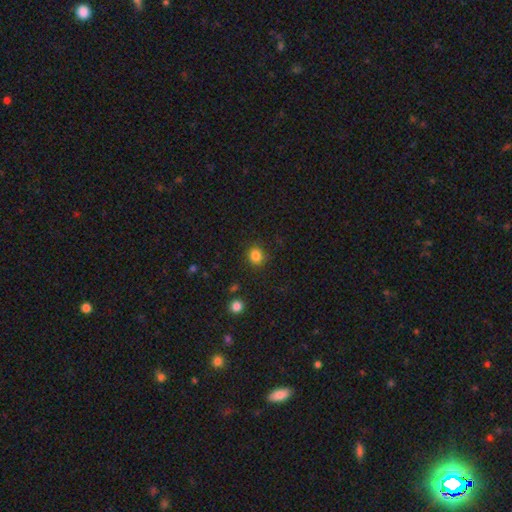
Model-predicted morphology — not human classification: Smooth or featured: smooth — 84% (star or artifact — 12%)
How rounded: round — 82% (in between — 17%)
Merging: none — 87% (minor disturbance — 8%)